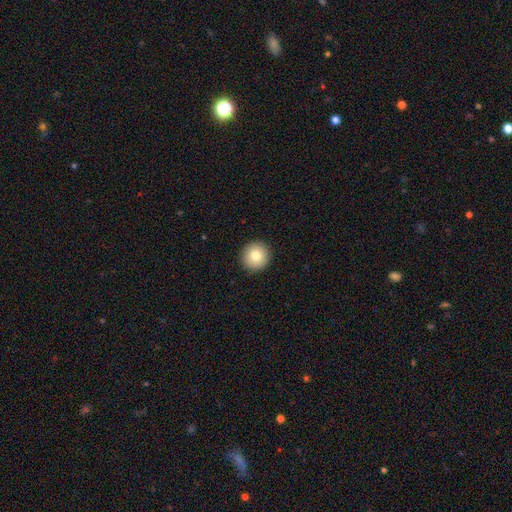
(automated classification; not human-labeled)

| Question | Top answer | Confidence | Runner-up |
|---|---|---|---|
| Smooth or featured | smooth | 80% | featured or disk (11%) |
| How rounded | round | 94% | in between (5%) |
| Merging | none | 92% | minor disturbance (5%) |